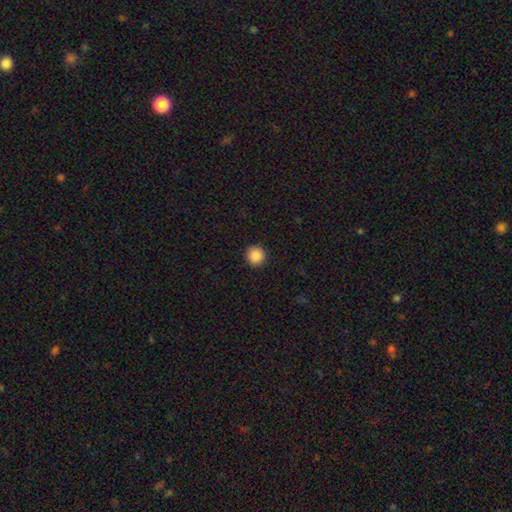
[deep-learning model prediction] smooth-or-featured: smooth: 88% | star or artifact: 9% | featured or disk: 2%
  how-rounded: round: 94% | in between: 5% | cigar-shaped: 1%
  merging: none: 92% | minor disturbance: 5% | major disturbance: 2% | merger: 1%